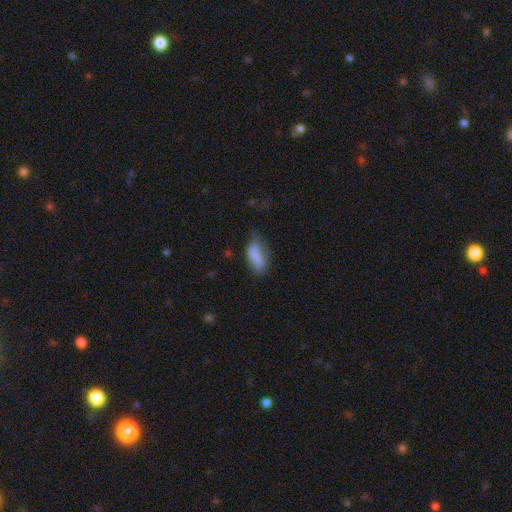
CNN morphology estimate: smooth-or-featured: smooth: 81% | featured or disk: 11% | star or artifact: 8%
  how-rounded: in between: 88% | cigar-shaped: 9% | round: 3%
  merging: none: 38% | minor disturbance: 37% | major disturbance: 21% | merger: 4%